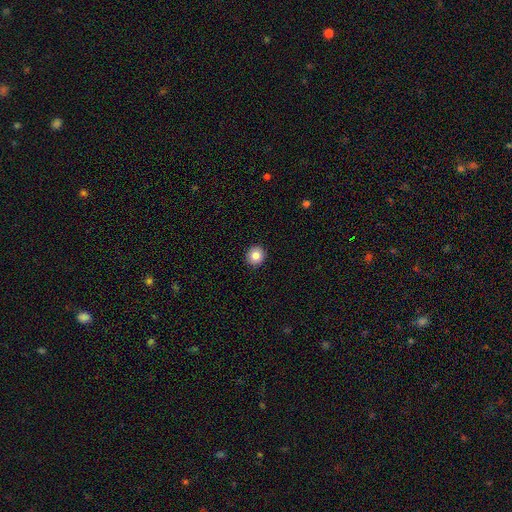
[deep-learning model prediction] smooth 84%, star or artifact 9%, featured or disk 7%. Down the decision tree: how rounded — round (90%); merging — none (93%).